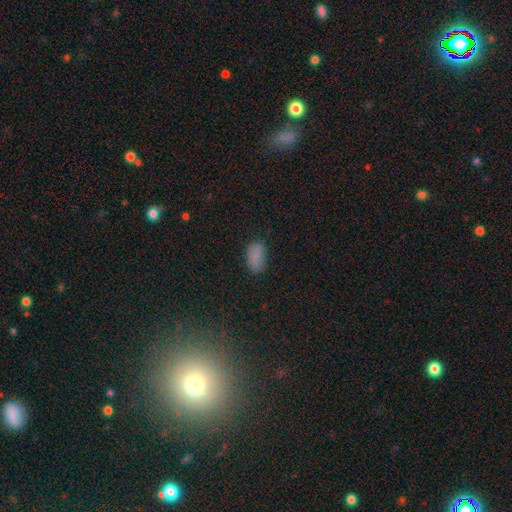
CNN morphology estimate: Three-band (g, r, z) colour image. It shows a smooth galaxy with no disk features (83%) that is in between round and cigar-shaped (93%). Merging: none (76%).